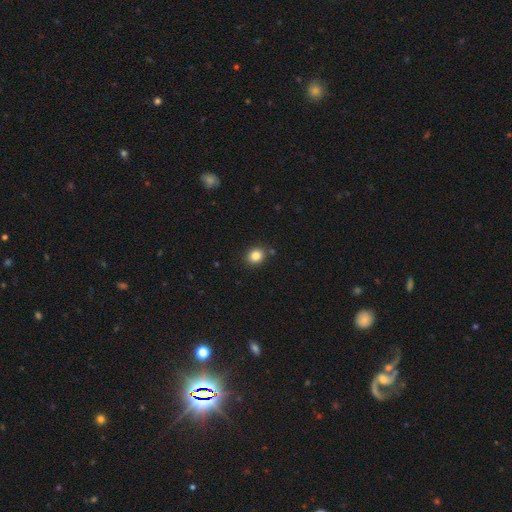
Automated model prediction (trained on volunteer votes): This is clearly a smooth galaxy (84%). How rounded: likely round (69%). Merging: clearly none (85%).